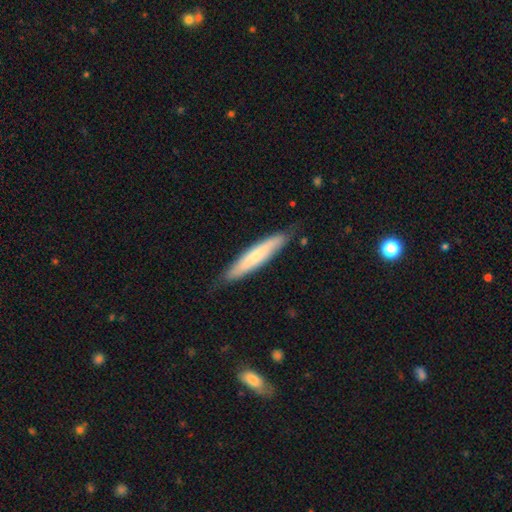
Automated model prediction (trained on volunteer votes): Q: Smooth or featured?
A: smooth (62%); runner-up: featured or disk (32%)
Q: How rounded?
A: cigar-shaped (89%); runner-up: in between (10%)
Q: Merging?
A: none (80%); runner-up: minor disturbance (16%)